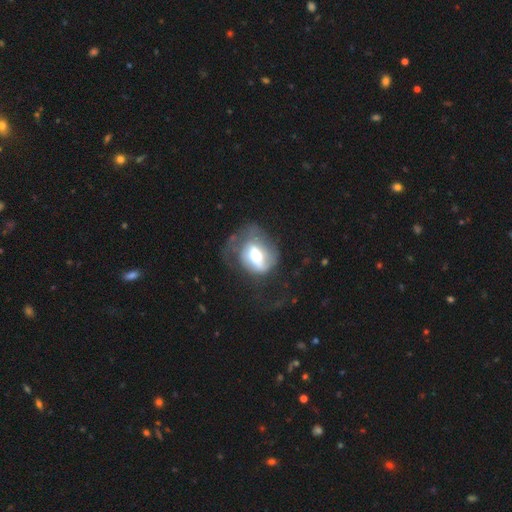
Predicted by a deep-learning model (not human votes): The model was most divided on "bar": no: 42%, weak: 36%, strong: 21%. Remaining: edge-on disk — no (95%); spiral arms — yes (59%); smooth or featured — featured or disk (53%); bulge size — moderate (50%); merging — major disturbance (44%).